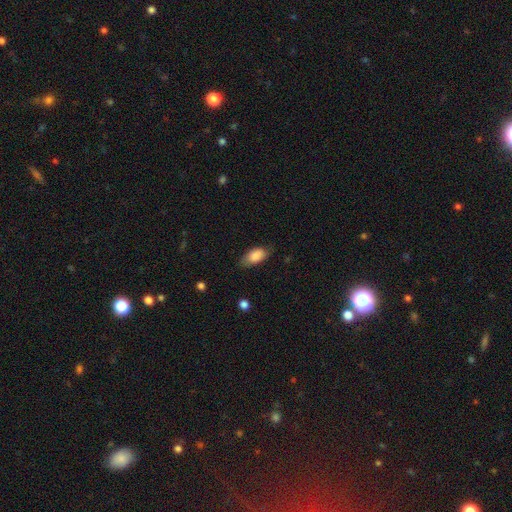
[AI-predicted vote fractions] A smooth galaxy with no disk features (85%) that is in between round and cigar-shaped (91%).

Vote fractions:
- Smooth or featured? smooth: 85% / featured or disk: 8% / star or artifact: 7%
- How rounded? in between: 91% / cigar-shaped: 5% / round: 4%
- Merging? none: 69% / minor disturbance: 24% / major disturbance: 5% / merger: 1%